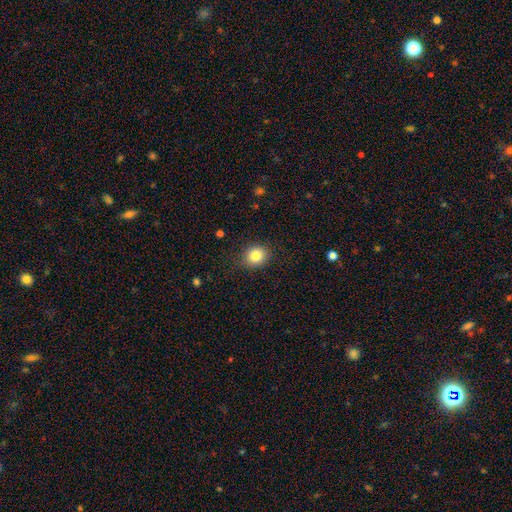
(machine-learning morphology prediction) Smooth or featured?
  - smooth: 83% *
  - star or artifact: 10%
  - featured or disk: 7%
How rounded?
  - round: 71% *
  - in between: 28%
  - cigar-shaped: 1%
Merging?
  - none: 85% *
  - minor disturbance: 11%
  - major disturbance: 3%
  - merger: 1%